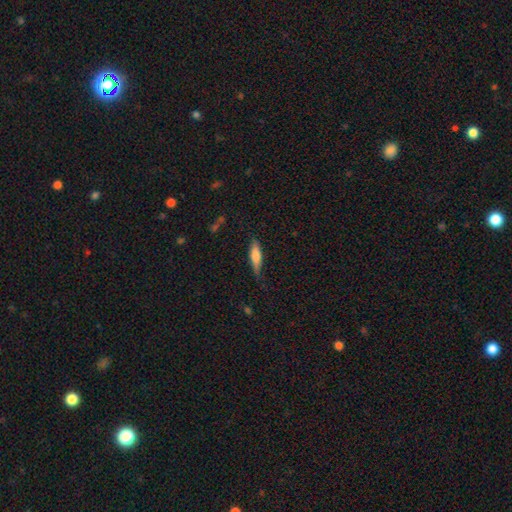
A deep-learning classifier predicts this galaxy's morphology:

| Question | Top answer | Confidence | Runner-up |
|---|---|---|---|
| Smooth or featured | smooth | 66% | featured or disk (28%) |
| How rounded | cigar-shaped | 60% | in between (38%) |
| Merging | none | 67% | minor disturbance (25%) |